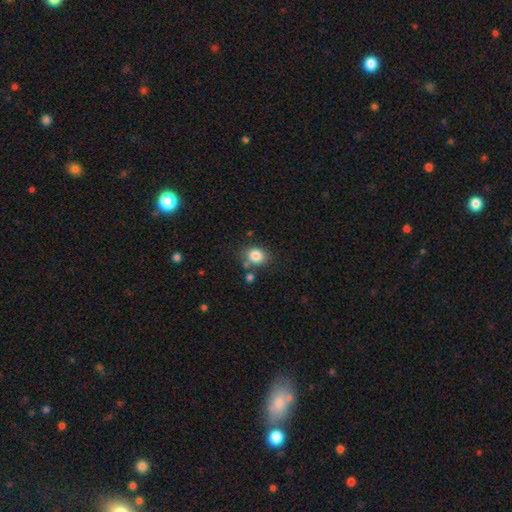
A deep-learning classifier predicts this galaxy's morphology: Smooth or featured?
  - smooth: 83% *
  - star or artifact: 10%
  - featured or disk: 7%
How rounded?
  - round: 61% *
  - in between: 38%
  - cigar-shaped: 1%
Merging?
  - none: 73% *
  - minor disturbance: 12%
  - merger: 10%
  - major disturbance: 4%